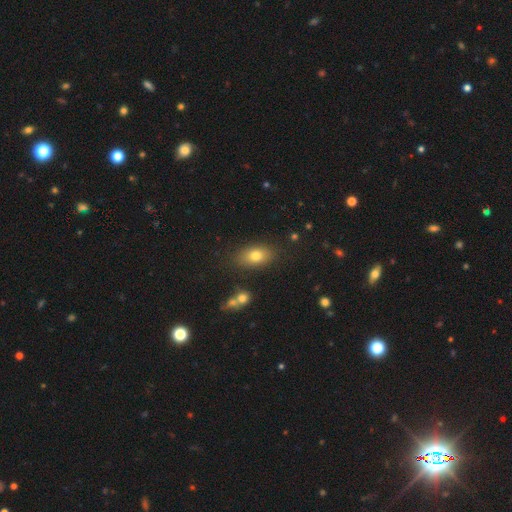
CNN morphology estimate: Smooth or featured? Predicted: smooth (p=0.78). How rounded? Predicted: in between (p=0.85). Merging? Predicted: none (p=0.82).